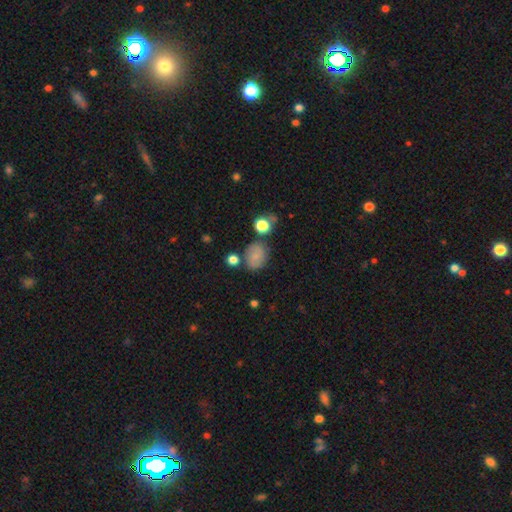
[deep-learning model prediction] Smooth or featured: smooth — 73% (featured or disk — 15%)
How rounded: in between — 50% (round — 49%)
Merging: none — 69% (minor disturbance — 18%)